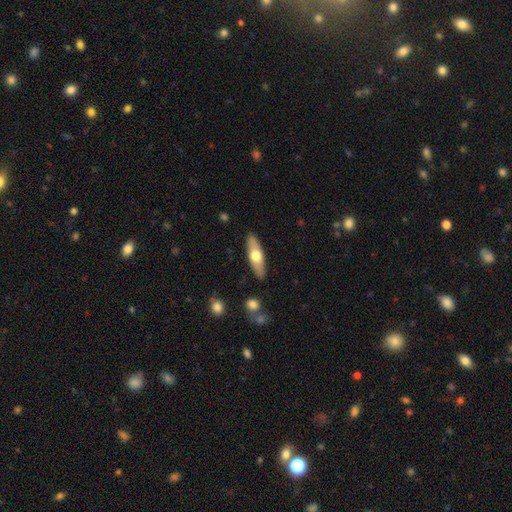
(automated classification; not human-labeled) This is possibly a smooth galaxy (54%). How rounded: possibly cigar-shaped (50%). Merging: clearly none (88%).